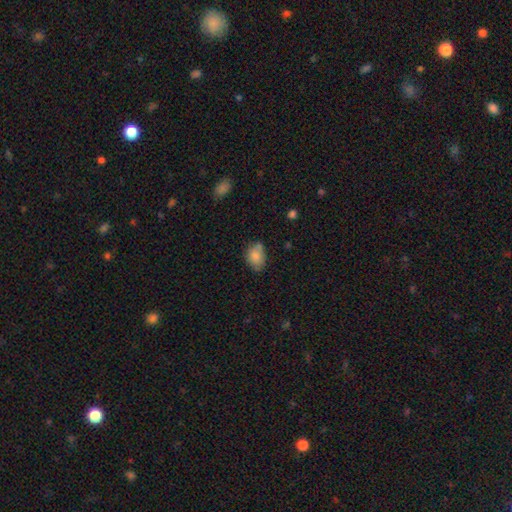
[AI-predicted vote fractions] The model was most divided on "merging": none: 58%, minor disturbance: 27%, merger: 8%, major disturbance: 6%. More confident: smooth or featured — smooth (81%); how rounded — in between (73%).